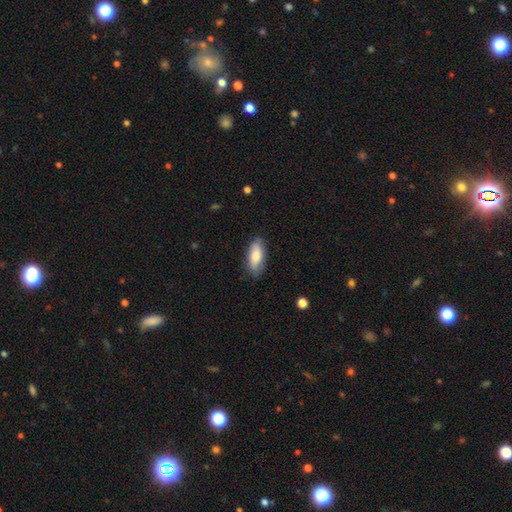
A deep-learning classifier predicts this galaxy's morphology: type=smooth (80%); roundness=in between (80%); merging=none (80%).